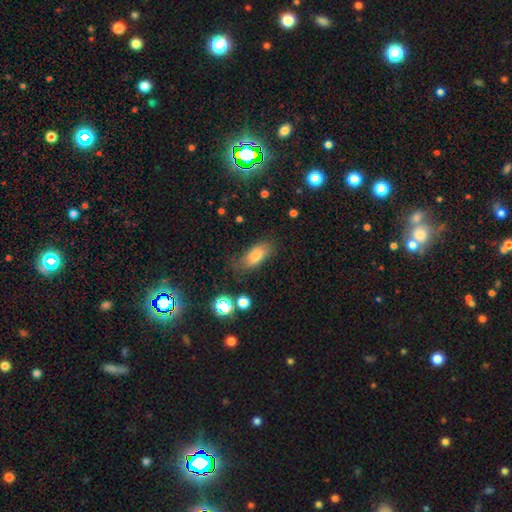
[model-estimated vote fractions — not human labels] Smooth or featured? smooth (75%)
How rounded? in between (84%)
Merging? none (69%)